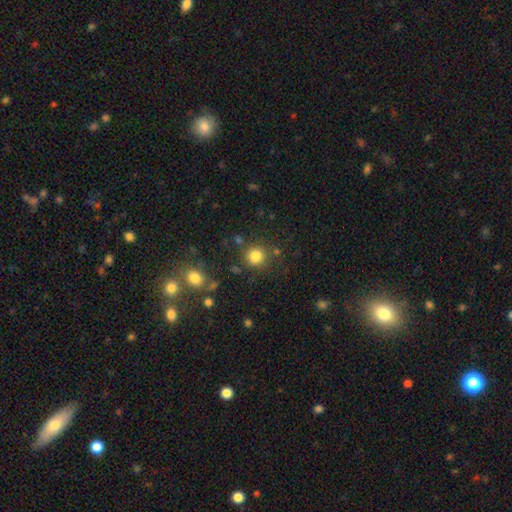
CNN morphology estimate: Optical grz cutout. It shows a smooth galaxy with no disk features (82%) that is round (89%). Merging: none (80%).